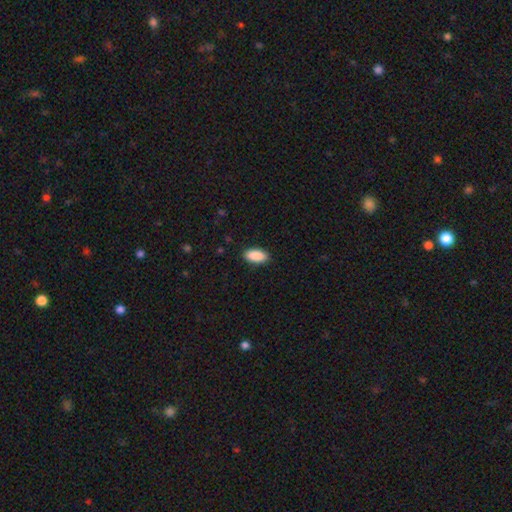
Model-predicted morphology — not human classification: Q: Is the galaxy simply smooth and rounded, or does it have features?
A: smooth — 91%.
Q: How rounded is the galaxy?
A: in between — 92%.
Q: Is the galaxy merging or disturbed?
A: none — 89%.